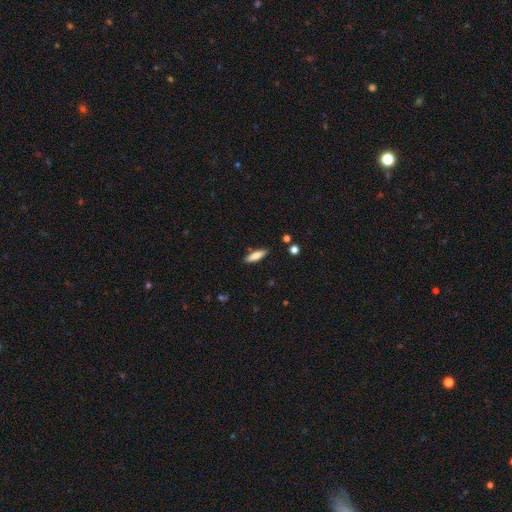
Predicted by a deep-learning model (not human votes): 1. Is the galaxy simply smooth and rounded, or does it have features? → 79% smooth, 14% featured or disk, 6% star or artifact.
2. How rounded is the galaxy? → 56% cigar-shaped, 42% in between, 2% round.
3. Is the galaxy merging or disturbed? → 87% none, 10% minor disturbance, 2% major disturbance, 2% merger.